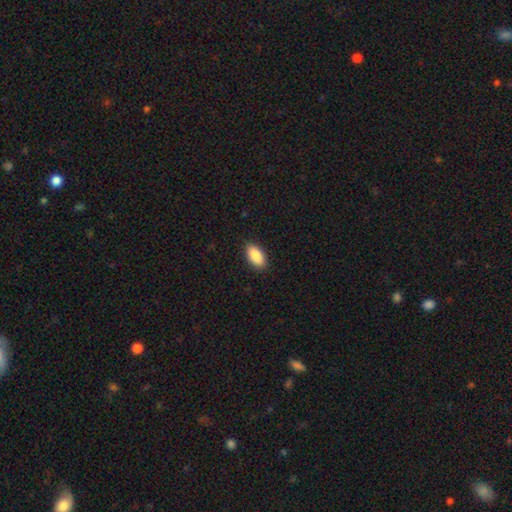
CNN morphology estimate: Smooth or featured? smooth (89%)
How rounded? in between (93%)
Merging? none (89%)